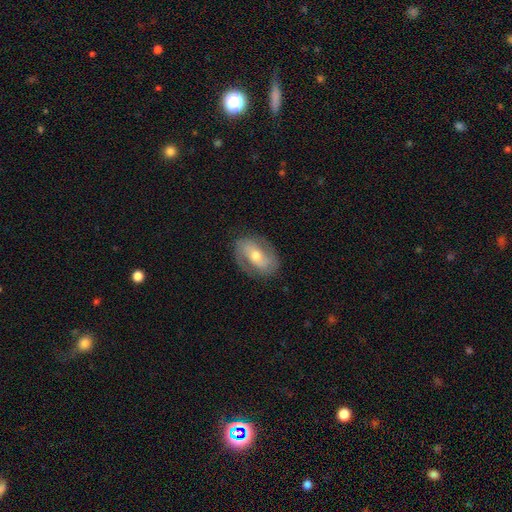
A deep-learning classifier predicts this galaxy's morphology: Smooth or featured?
  - featured or disk: 72% *
  - smooth: 22%
  - star or artifact: 6%
Edge-on disk?
  - no: 95% *
  - yes: 5%
Bar?
  - no: 39% *
  - weak: 37%
  - strong: 25%
Spiral arms?
  - yes: 85% *
  - no: 15%
Spiral winding?
  - medium: 44% *
  - tight: 37%
  - loose: 20%
Spiral arm count?
  - 2: 84% *
  - can't tell: 9%
  - 1: 4%
  - 3: 2%
  - 4: 1%
  - more than 4: 1%
Bulge size?
  - moderate: 64% *
  - small: 29%
  - large: 5%
  - none: 1%
  - dominant: 1%
Merging?
  - none: 80% *
  - minor disturbance: 14%
  - major disturbance: 6%
  - merger: 1%